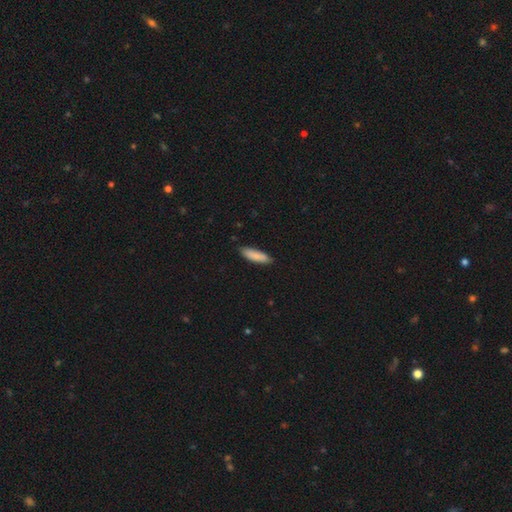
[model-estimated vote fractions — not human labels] smooth 87%, featured or disk 8%, star or artifact 6%. Down the decision tree: how rounded — cigar-shaped (60%); merging — none (85%).